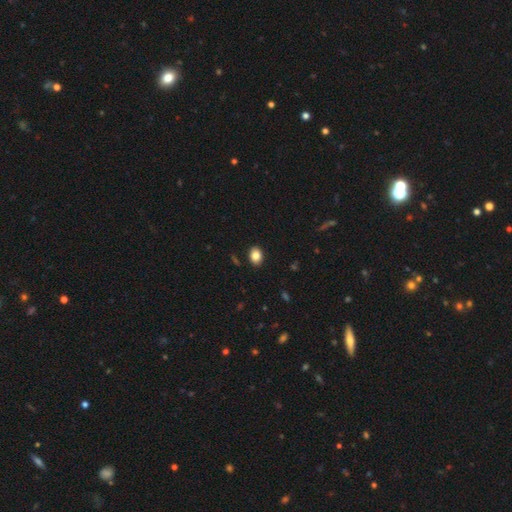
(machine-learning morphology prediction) type=smooth (85%); roundness=in between (68%); merging=none (90%).